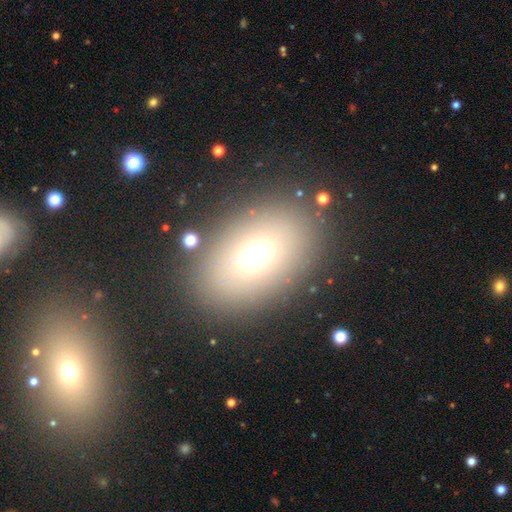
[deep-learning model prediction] Overall: smooth (66%). How rounded: in between (74%). Merging: none (83%).